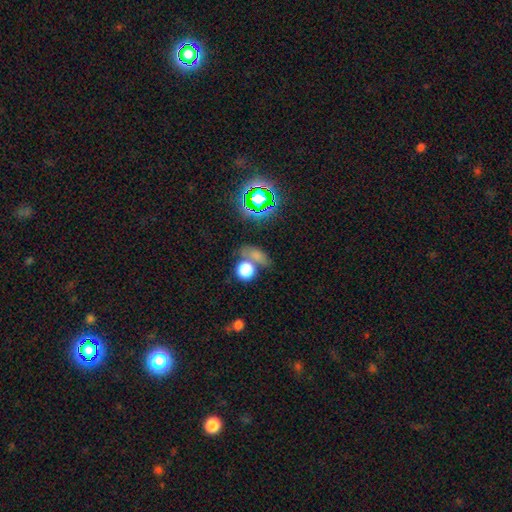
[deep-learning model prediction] A smooth galaxy with no disk features (71%) that is round (49%). Merging: none (43%).